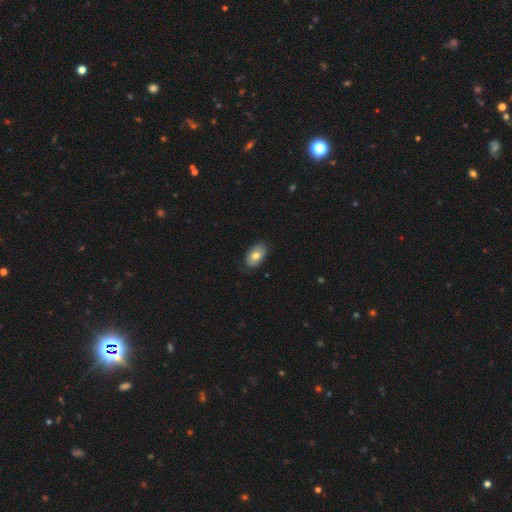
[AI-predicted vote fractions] smooth_or_featured: smooth (p=0.73) [alt: featured or disk p=0.19]
how_rounded: in between (p=0.91) [alt: round p=0.07]
merging: none (p=0.83) [alt: minor disturbance p=0.14]